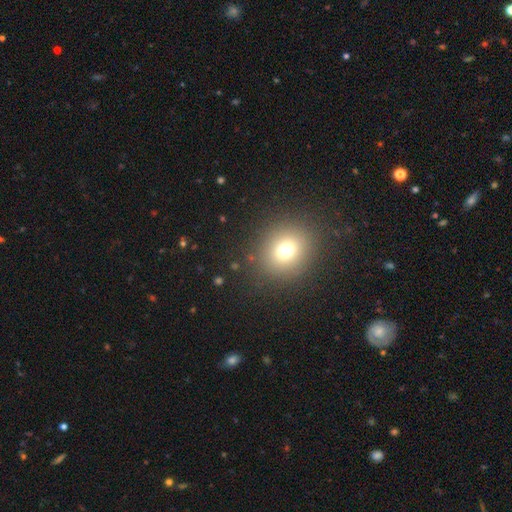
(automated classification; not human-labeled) The model was most divided on "smooth or featured": smooth: 66%, star or artifact: 27%, featured or disk: 7%. More confident: merging — none (91%); how rounded — round (81%).